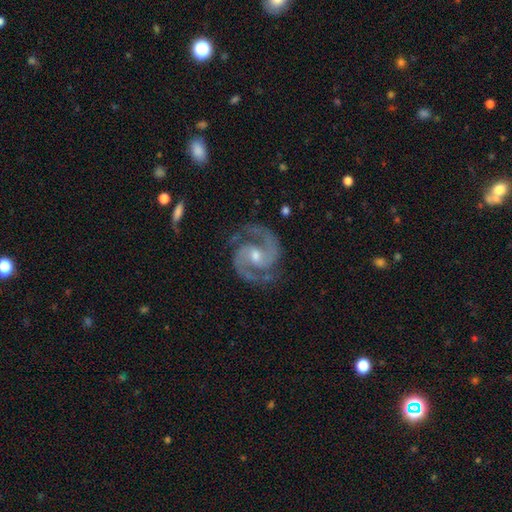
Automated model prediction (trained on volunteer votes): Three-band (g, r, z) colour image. It shows a featured or disk galaxy (94%) with a weak bar (43%), 2 (93%) medium (60%) spiral arms (99%) and a moderate central bulge (58%). Merging: none (82%).